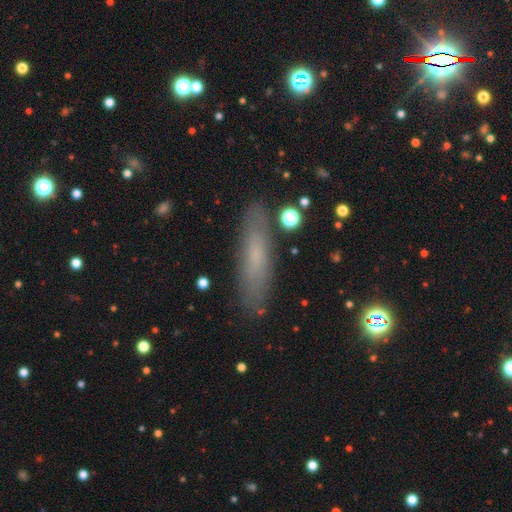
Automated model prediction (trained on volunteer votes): A smooth galaxy with no disk features (63%) that is cigar-shaped (70%).

Vote fractions:
- Smooth or featured? smooth: 63% / featured or disk: 27% / star or artifact: 11%
- How rounded? cigar-shaped: 70% / in between: 28% / round: 2%
- Merging? none: 85% / minor disturbance: 11% / major disturbance: 3% / merger: 2%